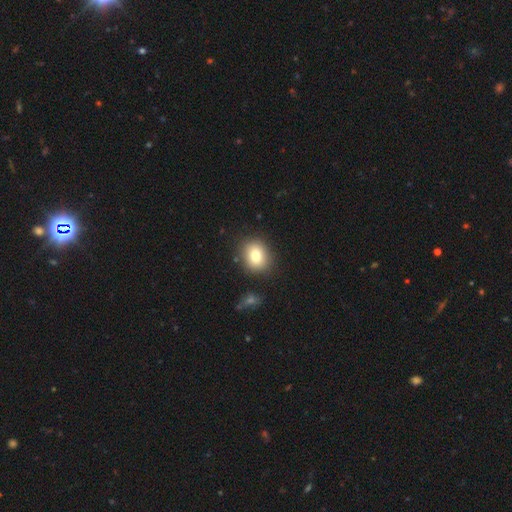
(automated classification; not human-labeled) A smooth galaxy with no disk features (79%) that is round (64%).

Vote fractions:
- Smooth or featured? smooth: 79% / featured or disk: 11% / star or artifact: 10%
- How rounded? round: 64% / in between: 35% / cigar-shaped: 1%
- Merging? none: 85% / minor disturbance: 9% / major disturbance: 3% / merger: 3%